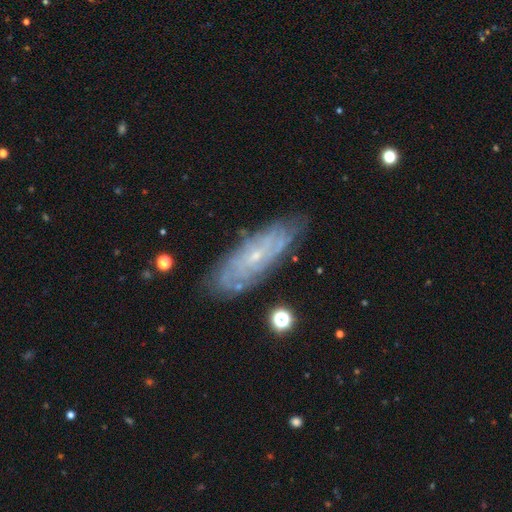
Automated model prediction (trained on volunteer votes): Smooth or featured? Predicted: featured or disk (p=0.79). Edge-on disk? Predicted: no (p=0.85). Bar? Predicted: no (p=0.72). Spiral arms? Predicted: yes (p=0.91). Spiral winding? Predicted: tight (p=0.72). Spiral arm count? Predicted: can't tell (p=0.52). Bulge size? Predicted: small (p=0.85). Merging? Predicted: none (p=0.81).